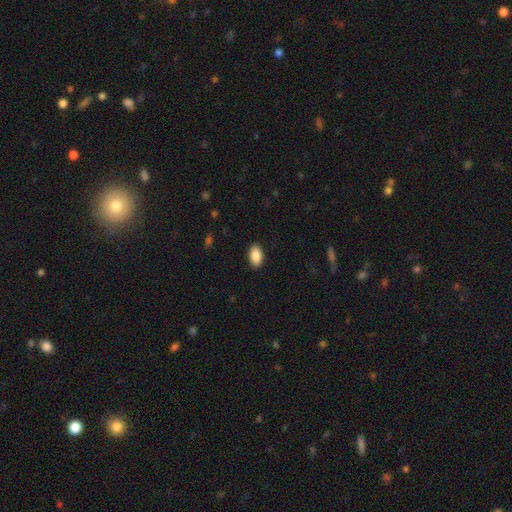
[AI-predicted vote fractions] A smooth galaxy with no disk features (89%) that is in between round and cigar-shaped (93%). Merging: none (89%).